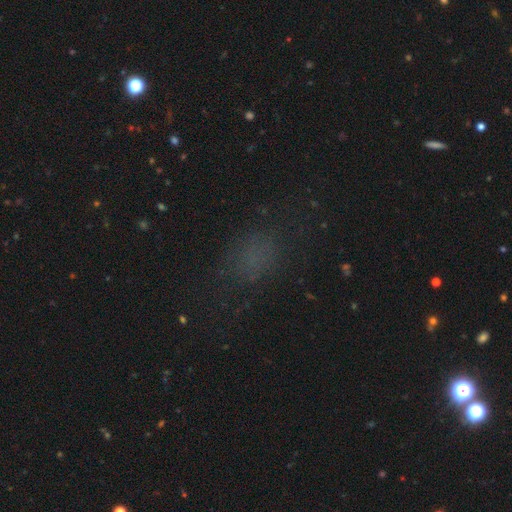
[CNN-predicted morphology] A smooth galaxy with no disk features (59%) that is in between round and cigar-shaped (68%). Merging: none (68%).